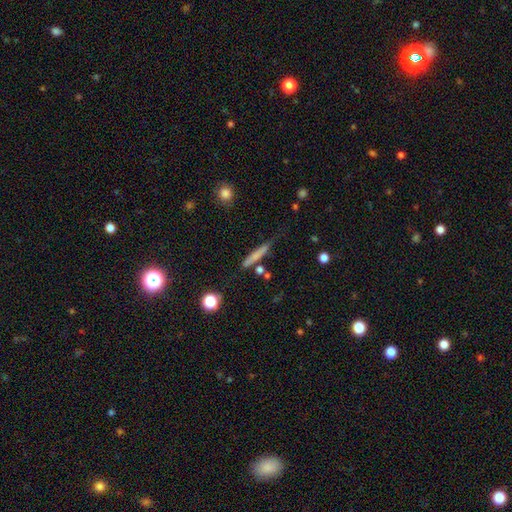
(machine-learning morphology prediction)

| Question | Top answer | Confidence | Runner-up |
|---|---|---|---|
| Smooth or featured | smooth | 66% | featured or disk (25%) |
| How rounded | cigar-shaped | 91% | in between (6%) |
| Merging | none | 70% | minor disturbance (19%) |